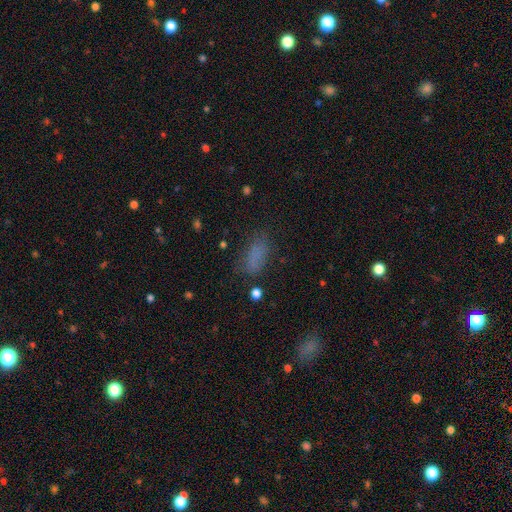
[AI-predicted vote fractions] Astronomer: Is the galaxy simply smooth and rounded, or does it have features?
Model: smooth — 77%.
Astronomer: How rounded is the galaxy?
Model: in between — 84%.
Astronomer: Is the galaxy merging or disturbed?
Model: none — 68%.